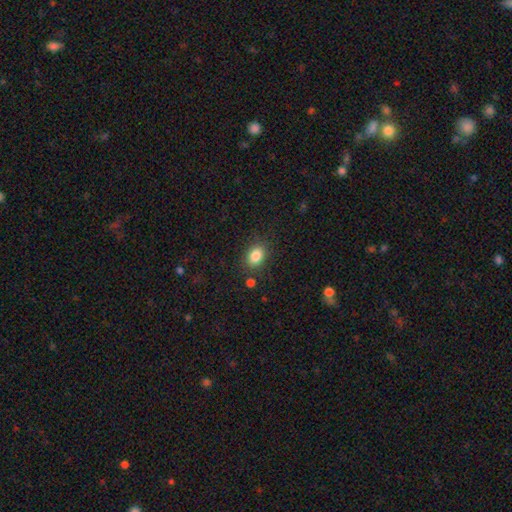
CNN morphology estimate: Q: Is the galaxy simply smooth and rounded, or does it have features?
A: smooth — 84%.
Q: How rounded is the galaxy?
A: in between — 71%.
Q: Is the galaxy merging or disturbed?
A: none — 81%.